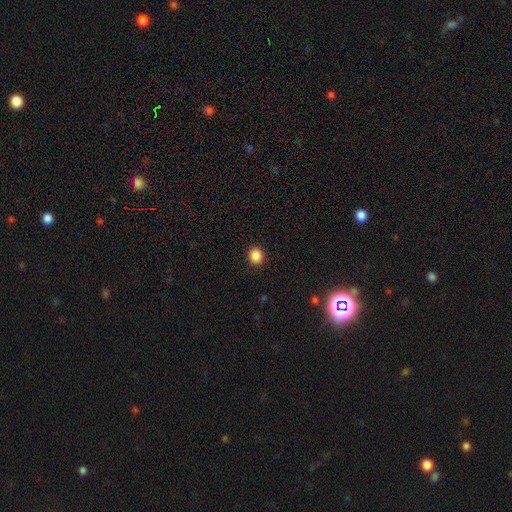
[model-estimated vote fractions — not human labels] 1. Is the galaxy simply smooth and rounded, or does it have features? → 87% smooth, 10% star or artifact, 2% featured or disk.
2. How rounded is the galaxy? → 84% round, 15% in between, 1% cigar-shaped.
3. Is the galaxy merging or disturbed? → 92% none, 5% minor disturbance, 2% major disturbance, 1% merger.